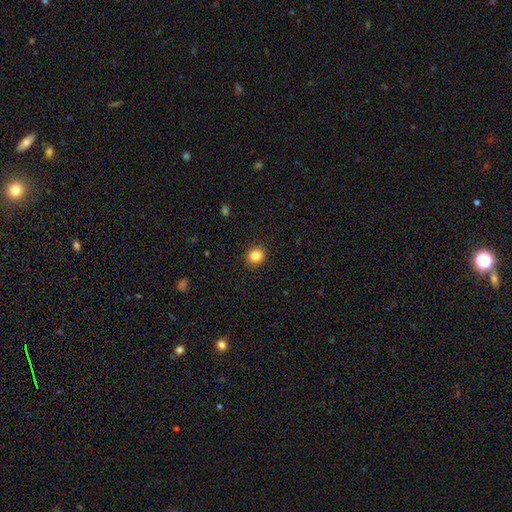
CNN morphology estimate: Smooth or featured? smooth (85%)
How rounded? round (70%)
Merging? none (91%)